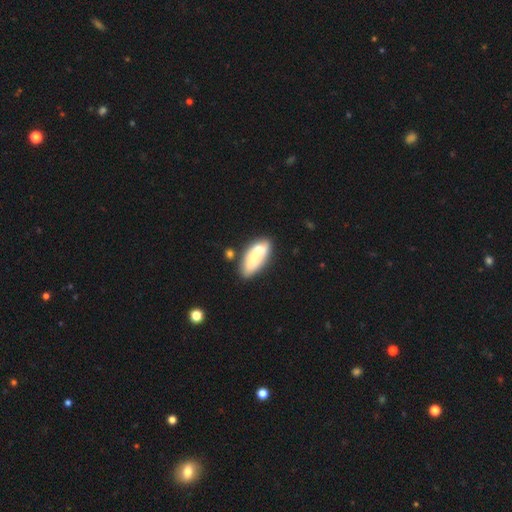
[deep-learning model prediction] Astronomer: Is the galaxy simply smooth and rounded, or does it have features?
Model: smooth — 64%.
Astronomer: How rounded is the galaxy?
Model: in between — 79%.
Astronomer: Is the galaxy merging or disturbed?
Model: none — 53%.